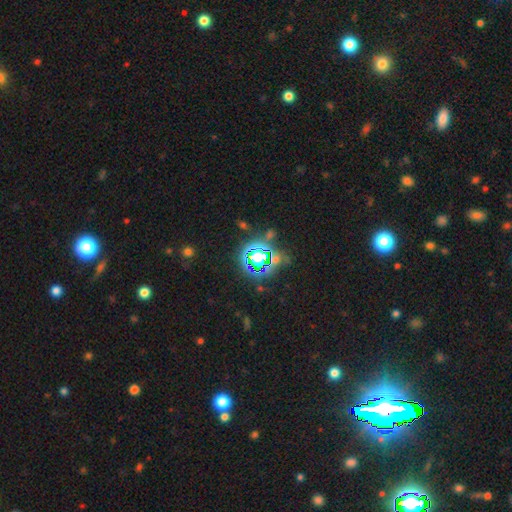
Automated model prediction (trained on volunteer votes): This is likely a star or artifact rather than a galaxy (67%).